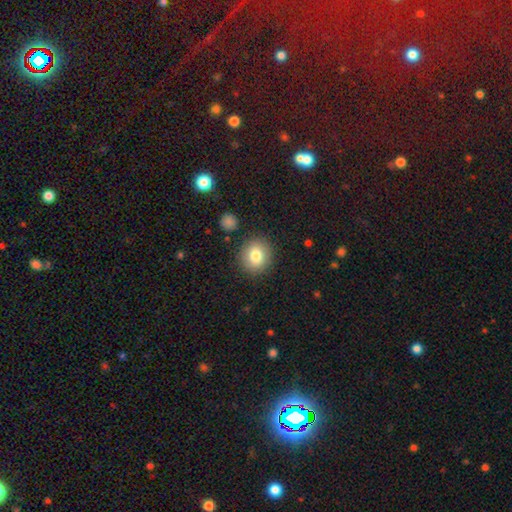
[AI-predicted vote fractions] Smooth or featured? Predicted: smooth (p=0.80). How rounded? Predicted: round (p=0.85). Merging? Predicted: none (p=0.87).